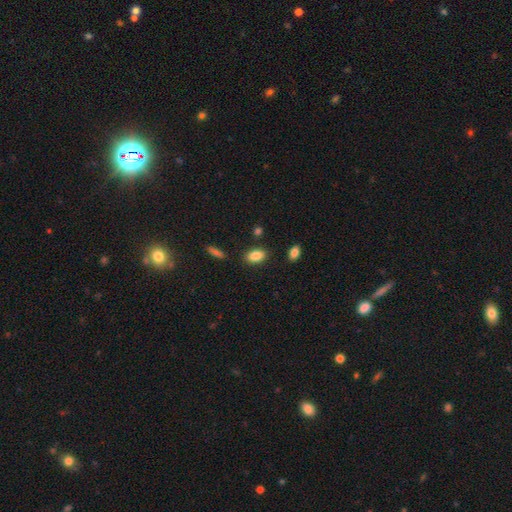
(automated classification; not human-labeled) A smooth galaxy with no disk features (87%) that is in between round and cigar-shaped (89%). Merging: none (84%).